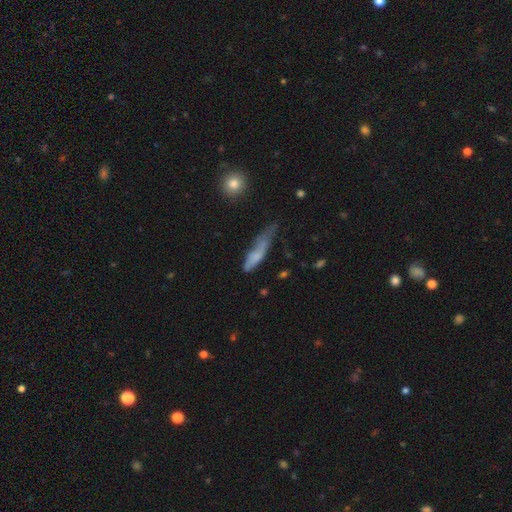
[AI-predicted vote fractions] Q: Smooth or featured?
A: smooth (65%); runner-up: featured or disk (27%)
Q: How rounded?
A: cigar-shaped (71%); runner-up: in between (26%)
Q: Merging?
A: minor disturbance (39%); runner-up: none (29%)